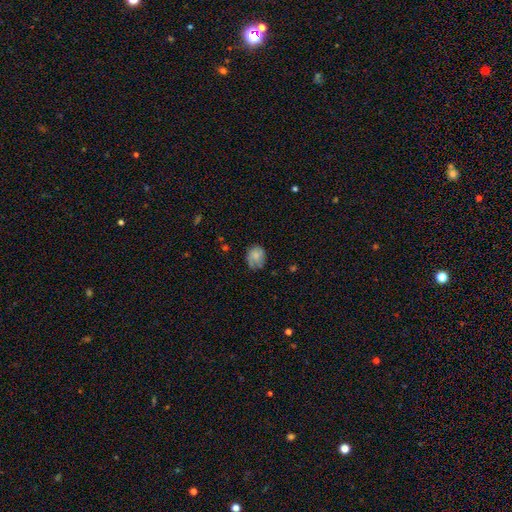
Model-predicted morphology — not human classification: A smooth galaxy with no disk features (71%) that is round (59%).

Vote fractions:
- Smooth or featured? smooth: 71% / featured or disk: 20% / star or artifact: 9%
- How rounded? round: 59% / in between: 40% / cigar-shaped: 1%
- Merging? none: 57% / minor disturbance: 30% / major disturbance: 11% / merger: 2%